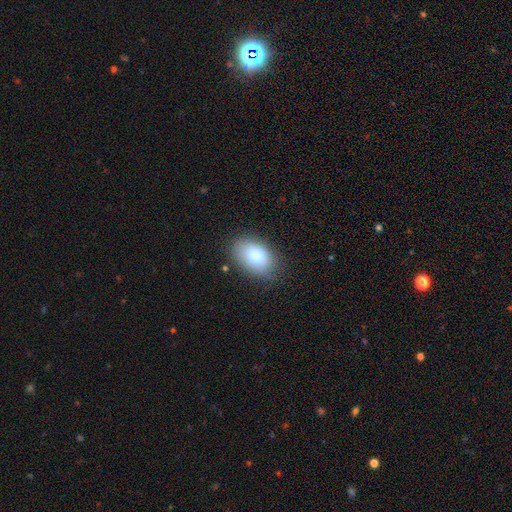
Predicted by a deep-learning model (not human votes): Morphology: type=smooth (85%); roundness=in between (91%); merging=none (80%).